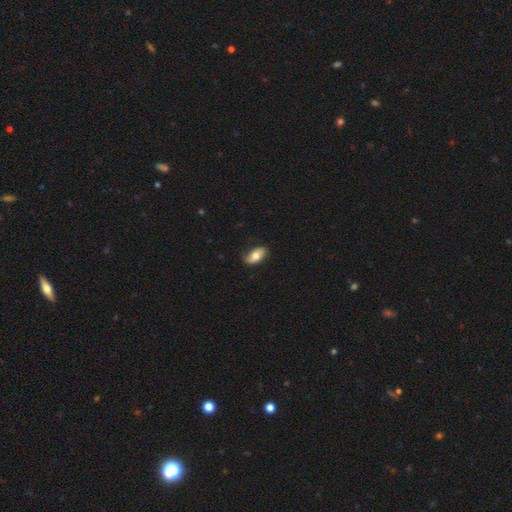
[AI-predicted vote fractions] Morphology: type=smooth (69%); roundness=in between (92%); merging=none (79%).